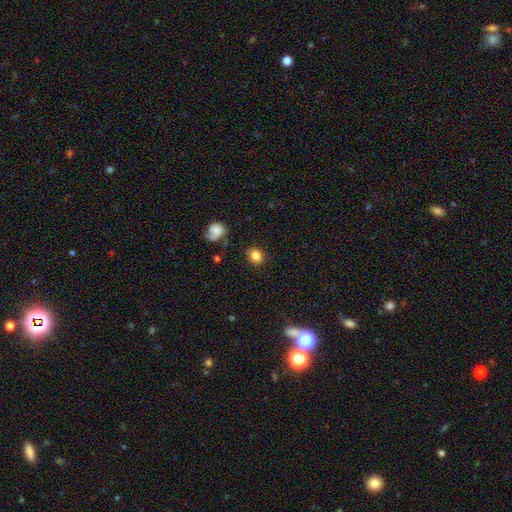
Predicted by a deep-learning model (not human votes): A smooth galaxy with no disk features (83%) that is round (63%). Merging: none (85%).